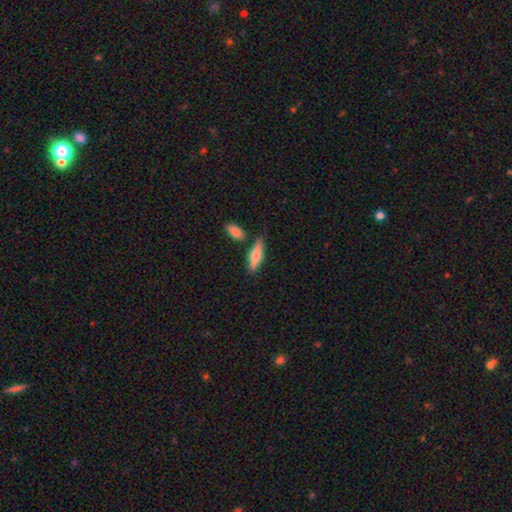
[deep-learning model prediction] Smooth or featured? Predicted: smooth (p=0.63). How rounded? Predicted: cigar-shaped (p=0.54). Merging? Predicted: none (p=0.73).